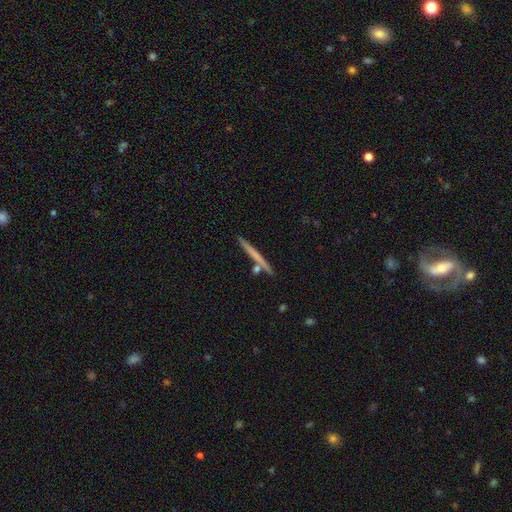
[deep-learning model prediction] Overall: smooth (51%; featured or disk 43%). How rounded: cigar-shaped (96%). Merging: none (83%).